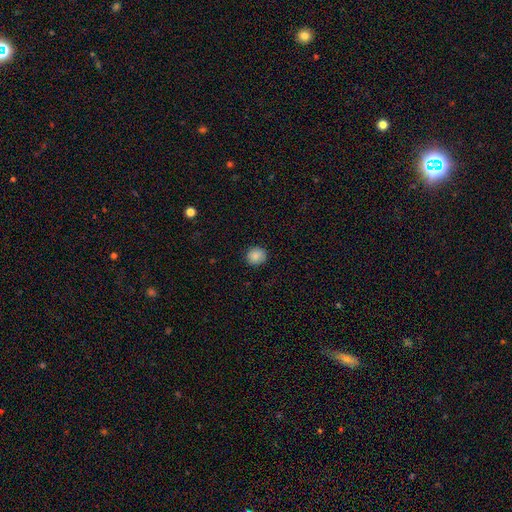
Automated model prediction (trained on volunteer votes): A smooth galaxy with no disk features (87%) that is round (82%). Merging: none (88%).